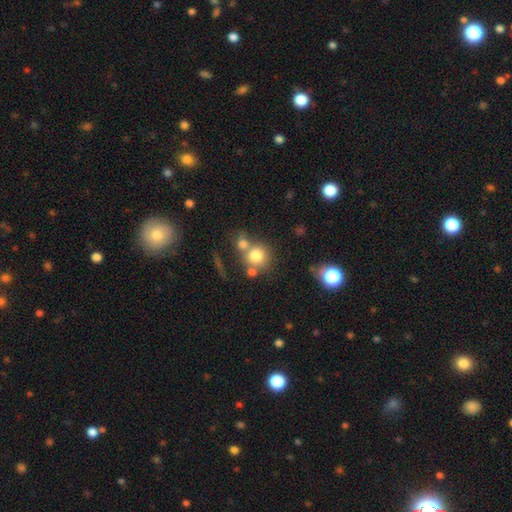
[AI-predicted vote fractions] Smooth or featured: smooth — 76% (featured or disk — 12%)
How rounded: round — 87% (in between — 12%)
Merging: none — 49% (merger — 37%)